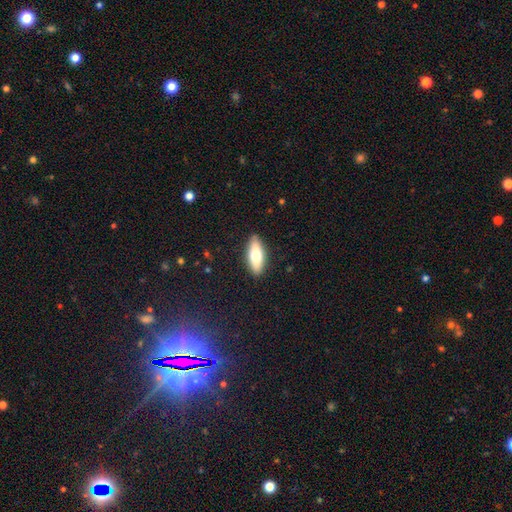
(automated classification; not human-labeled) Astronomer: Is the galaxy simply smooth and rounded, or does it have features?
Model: smooth — 70%.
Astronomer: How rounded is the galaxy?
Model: in between — 70%.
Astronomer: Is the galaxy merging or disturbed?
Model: none — 89%.